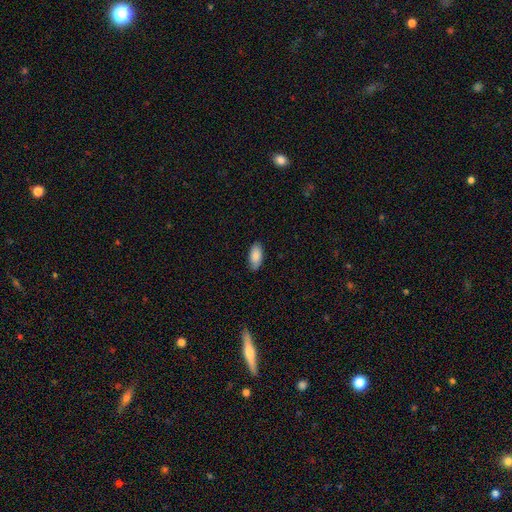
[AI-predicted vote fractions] smooth-or-featured: smooth: 86% | featured or disk: 8% | star or artifact: 6%
  how-rounded: in between: 92% | cigar-shaped: 6% | round: 2%
  merging: none: 85% | minor disturbance: 12% | major disturbance: 2% | merger: 1%